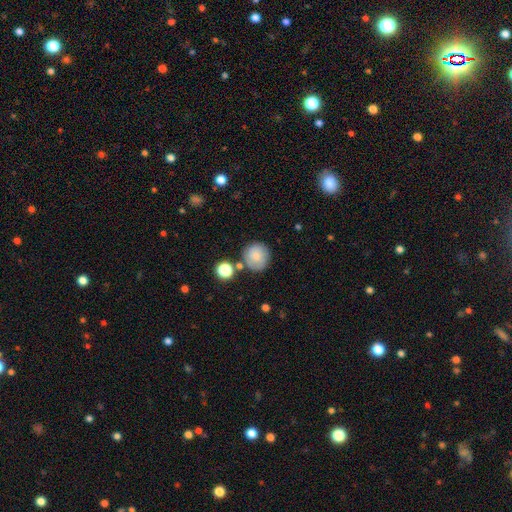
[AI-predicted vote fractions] A smooth galaxy with no disk features (81%) that is round (92%).

Vote fractions:
- Smooth or featured? smooth: 81% / featured or disk: 10% / star or artifact: 9%
- How rounded? round: 92% / in between: 7% / cigar-shaped: 1%
- Merging? none: 77% / minor disturbance: 12% / merger: 8% / major disturbance: 3%